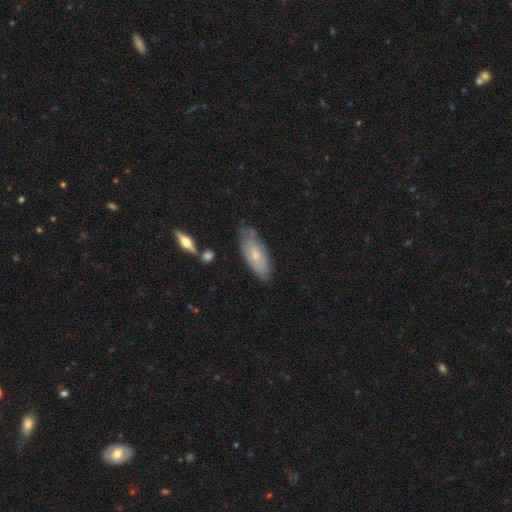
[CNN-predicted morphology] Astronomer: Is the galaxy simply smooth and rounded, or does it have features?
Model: featured or disk — 50% (runner-up: smooth, 43%).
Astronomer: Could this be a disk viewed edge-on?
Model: no — 82%.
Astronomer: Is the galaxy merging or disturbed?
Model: none — 67%.